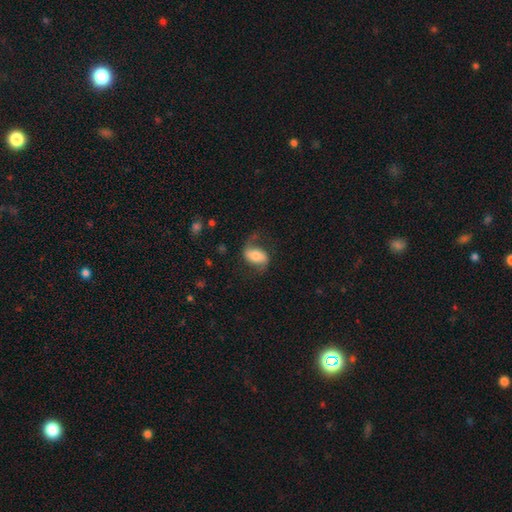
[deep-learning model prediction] The model was most divided on "bar": no: 37%, weak: 32%, strong: 31%. More confident: edge-on disk — no (95%); spiral arms — yes (88%); merging — none (64%); smooth or featured — featured or disk (56%); bulge size — moderate (52%).